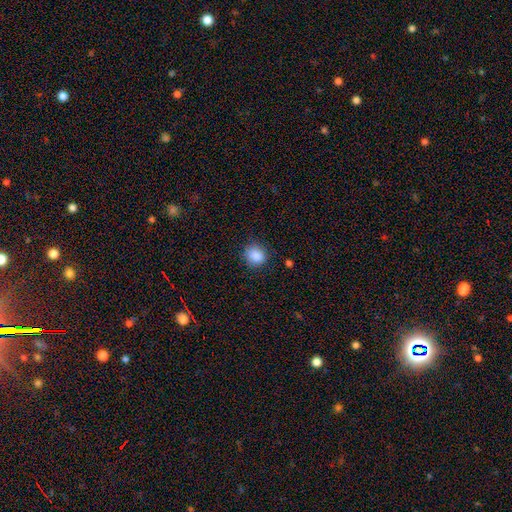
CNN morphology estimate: Smooth or featured? Predicted: smooth (p=0.87). How rounded? Predicted: round (p=0.80). Merging? Predicted: none (p=0.84).